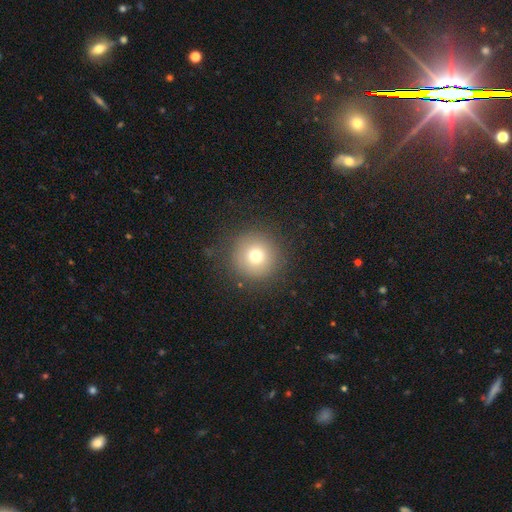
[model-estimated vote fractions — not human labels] Q: Smooth or featured?
A: smooth (73%); runner-up: star or artifact (15%)
Q: How rounded?
A: round (96%); runner-up: in between (3%)
Q: Merging?
A: none (88%); runner-up: minor disturbance (7%)